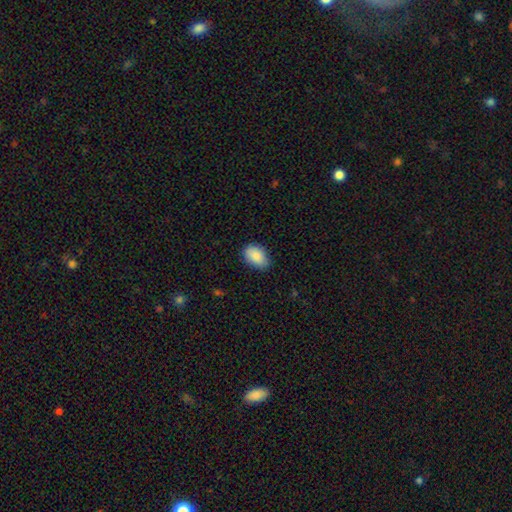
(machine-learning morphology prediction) smooth_or_featured: smooth (p=0.88) [alt: star or artifact p=0.07]
how_rounded: in between (p=0.89) [alt: round p=0.10]
merging: none (p=0.80) [alt: minor disturbance p=0.16]